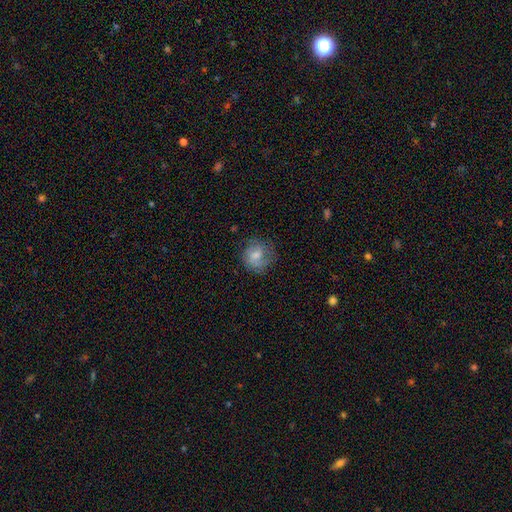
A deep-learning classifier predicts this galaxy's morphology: type=smooth (62%); roundness=round (81%); merging=none (66%).